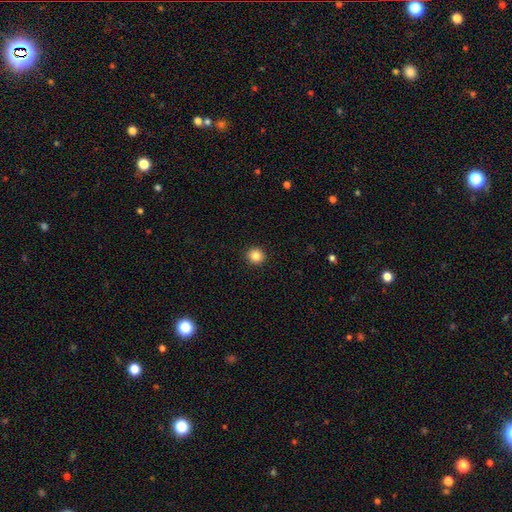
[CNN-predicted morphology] Smooth or featured?
  - smooth: 85% *
  - star or artifact: 11%
  - featured or disk: 4%
How rounded?
  - round: 92% *
  - in between: 7%
  - cigar-shaped: 1%
Merging?
  - none: 93% *
  - minor disturbance: 5%
  - major disturbance: 2%
  - merger: 1%